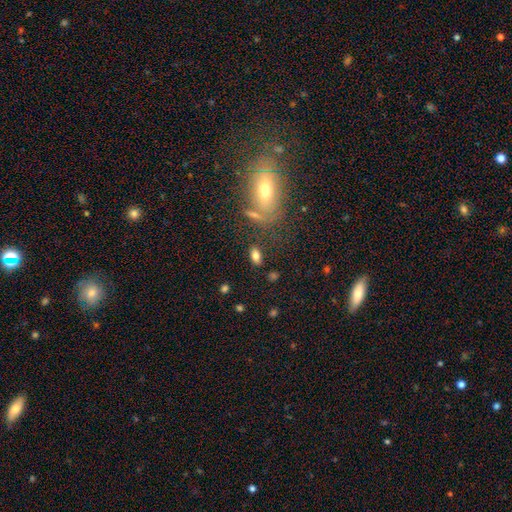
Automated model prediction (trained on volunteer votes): A smooth galaxy with no disk features (78%) that is in between round and cigar-shaped (86%). Merging: none (78%).